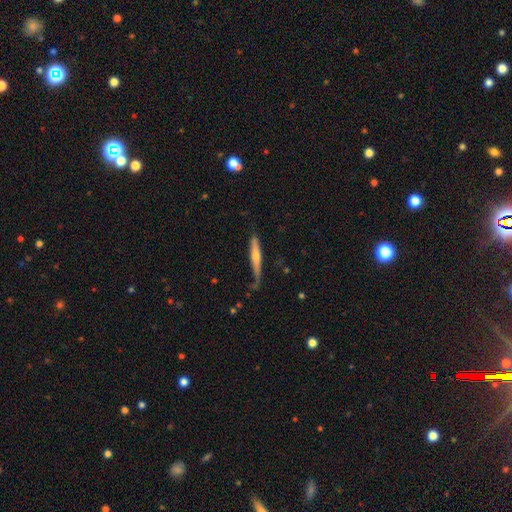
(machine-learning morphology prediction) Smooth or featured: featured or disk — 51% (smooth — 44%)
Edge-on disk: yes — 91% (no — 9%)
Merging: none — 60% (minor disturbance — 27%)